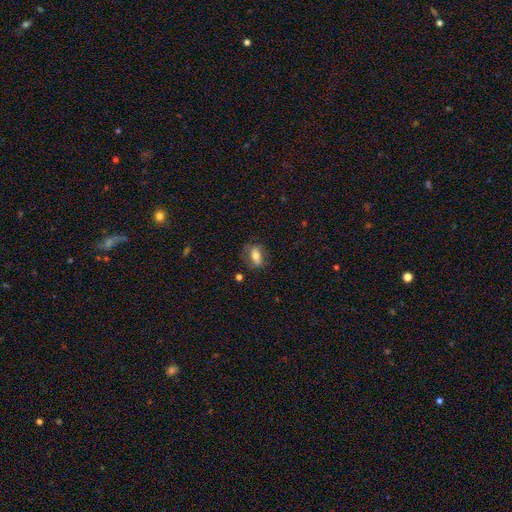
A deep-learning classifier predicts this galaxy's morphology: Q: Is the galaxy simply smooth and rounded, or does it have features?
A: smooth — 61%.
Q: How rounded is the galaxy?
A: in between — 77%.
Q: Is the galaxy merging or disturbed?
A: none — 70%.